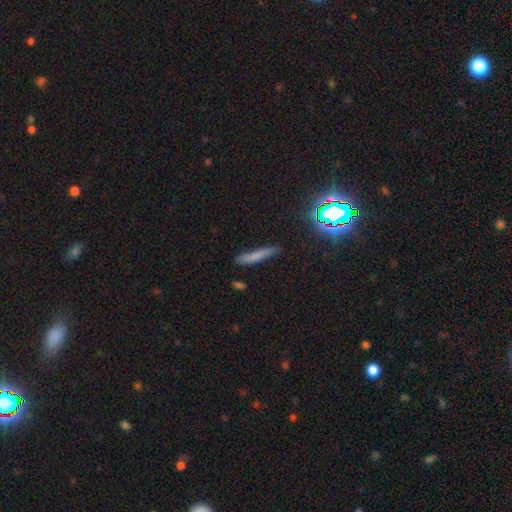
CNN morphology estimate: This appears to be a smooth galaxy with no disk features (67%) that is cigar-shaped (92%). Merging: none (80%).